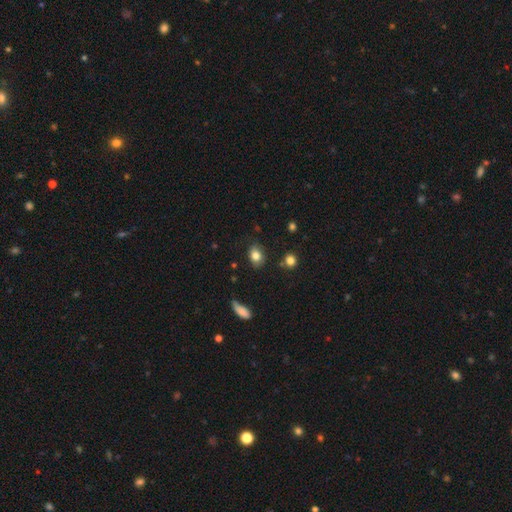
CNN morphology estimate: Smooth or featured? smooth (81%)
How rounded? in between (65%)
Merging? none (77%)